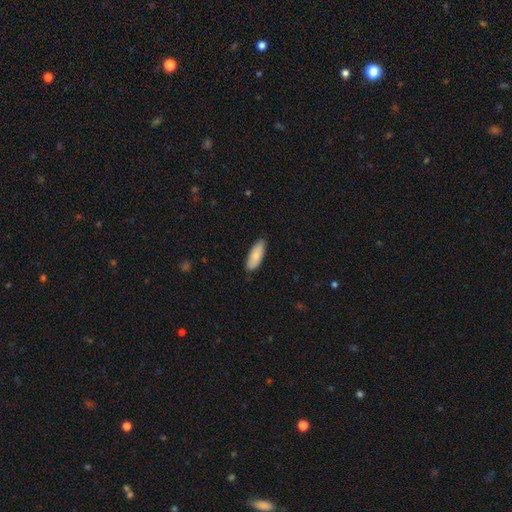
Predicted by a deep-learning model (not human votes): A smooth galaxy with no disk features (80%) that is in between round and cigar-shaped (71%). Merging: none (86%).